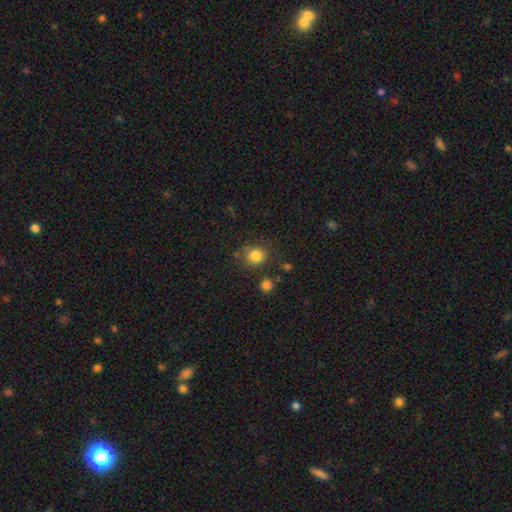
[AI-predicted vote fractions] A smooth galaxy with no disk features (82%) that is round (83%). Merging: none (73%).